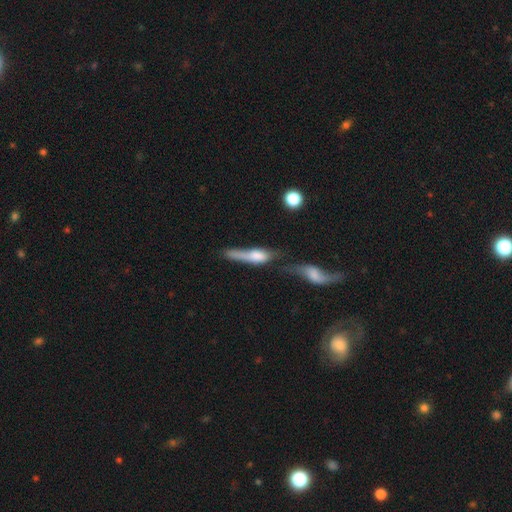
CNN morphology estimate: This appears to be a smooth galaxy with no disk features (47%). Merging: merger (47%).